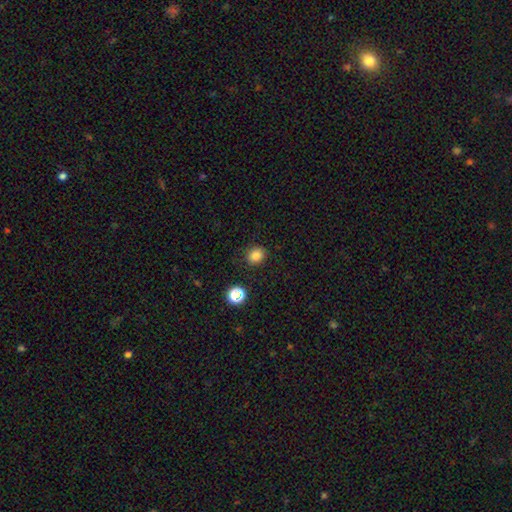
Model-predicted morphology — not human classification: type=smooth (82%); roundness=round (64%); merging=none (86%).